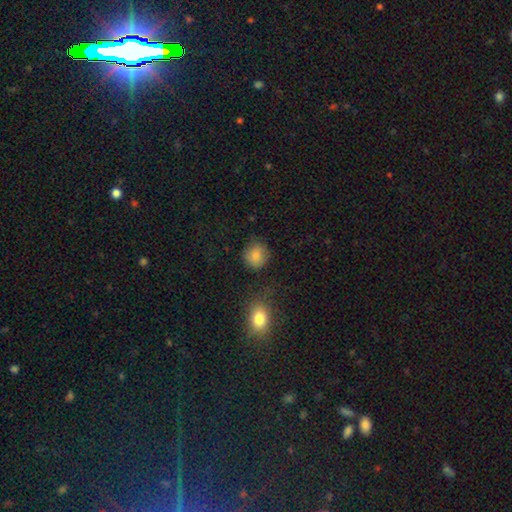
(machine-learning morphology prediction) Q: Smooth or featured?
A: smooth (83%); runner-up: star or artifact (10%)
Q: How rounded?
A: round (87%); runner-up: in between (12%)
Q: Merging?
A: none (78%); runner-up: minor disturbance (13%)